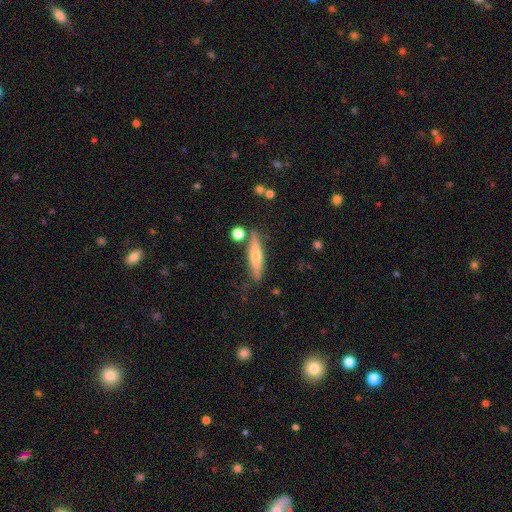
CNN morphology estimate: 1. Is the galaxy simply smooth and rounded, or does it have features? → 49% smooth, 44% featured or disk, 7% star or artifact.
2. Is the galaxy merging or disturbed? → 78% none, 13% minor disturbance, 6% merger, 3% major disturbance.